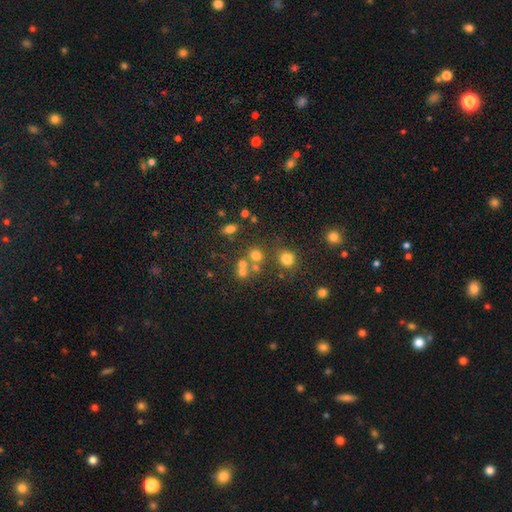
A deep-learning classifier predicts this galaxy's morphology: This is likely a smooth galaxy (65%). How rounded: clearly round (81%). Merging: possibly none (57%).